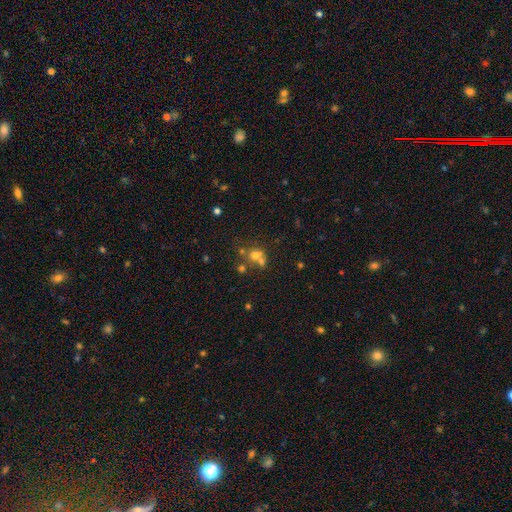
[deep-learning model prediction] A smooth galaxy with no disk features (58%) that is round (74%).

Vote fractions:
- Smooth or featured? smooth: 58% / star or artifact: 22% / featured or disk: 20%
- How rounded? round: 74% / in between: 24% / cigar-shaped: 1%
- Merging? merger: 48% / none: 38% / minor disturbance: 8% / major disturbance: 6%